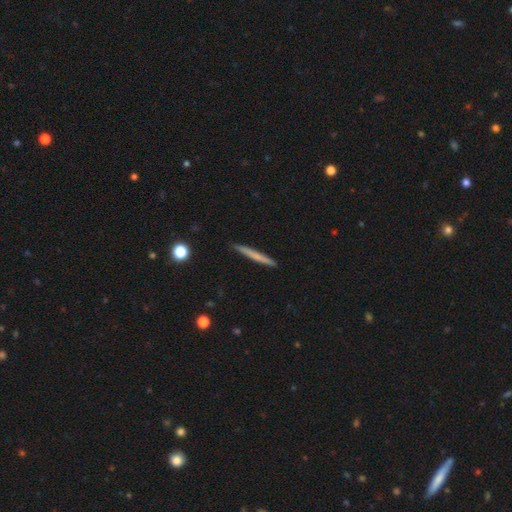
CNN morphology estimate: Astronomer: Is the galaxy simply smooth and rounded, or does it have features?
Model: smooth — 59% (runner-up: featured or disk, 35%).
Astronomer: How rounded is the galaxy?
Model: cigar-shaped — 97%.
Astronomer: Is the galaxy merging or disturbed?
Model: none — 91%.